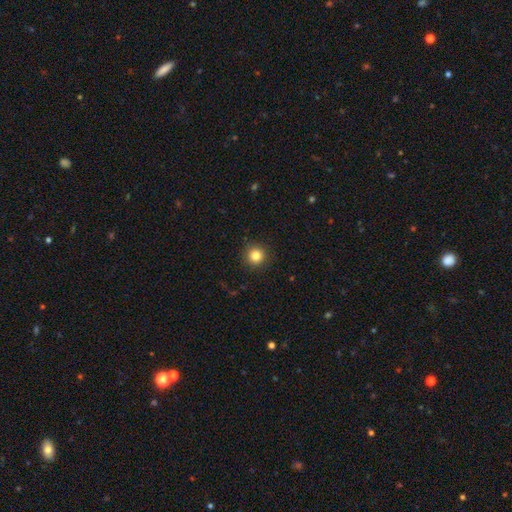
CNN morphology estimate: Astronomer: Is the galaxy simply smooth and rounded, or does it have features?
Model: smooth — 84%.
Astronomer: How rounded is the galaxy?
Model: round — 95%.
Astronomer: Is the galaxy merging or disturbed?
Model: none — 92%.